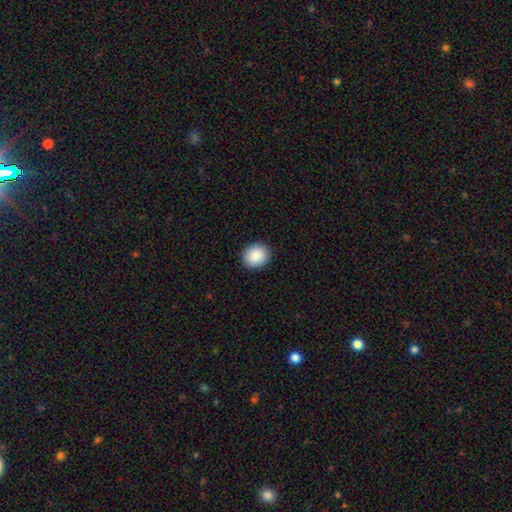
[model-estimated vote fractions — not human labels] Smooth or featured? Predicted: smooth (p=0.89). How rounded? Predicted: round (p=0.71). Merging? Predicted: none (p=0.91).